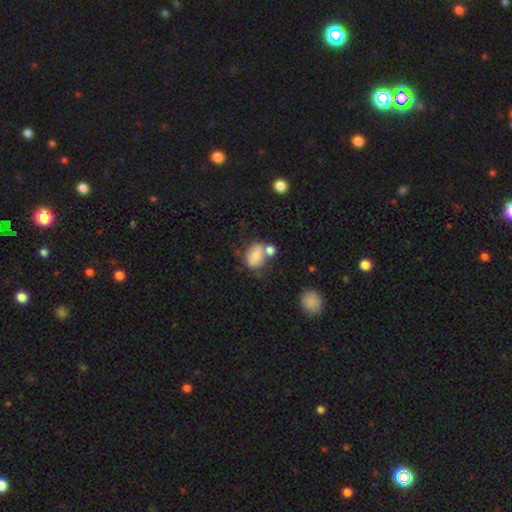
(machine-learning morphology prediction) Smooth or featured?
  - smooth: 69% *
  - featured or disk: 22%
  - star or artifact: 9%
How rounded?
  - in between: 69% *
  - round: 30%
  - cigar-shaped: 1%
Merging?
  - merger: 41% *
  - none: 34%
  - minor disturbance: 17%
  - major disturbance: 8%